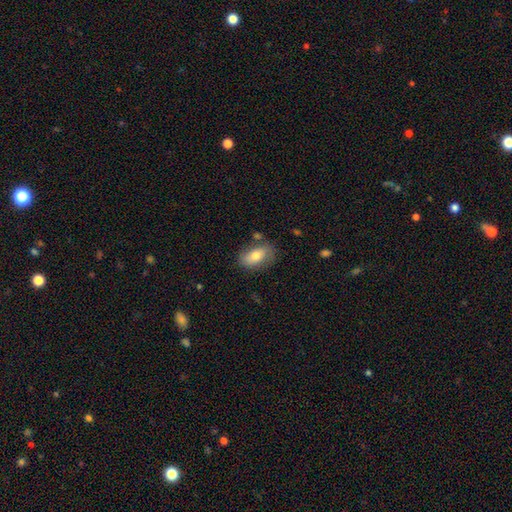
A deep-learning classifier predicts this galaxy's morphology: smooth 69%, featured or disk 24%, star or artifact 7%. Down the decision tree: how rounded — in between (88%); merging — none (72%).